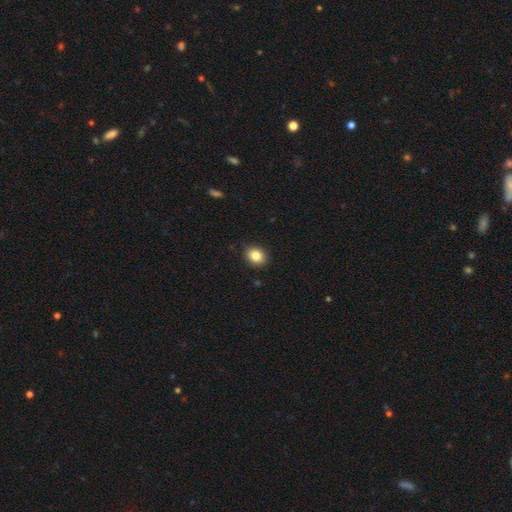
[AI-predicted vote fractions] The model was most divided on "how rounded": round: 57%, in between: 43%, cigar-shaped: 1%. More confident: merging — none (88%); smooth or featured — smooth (85%).